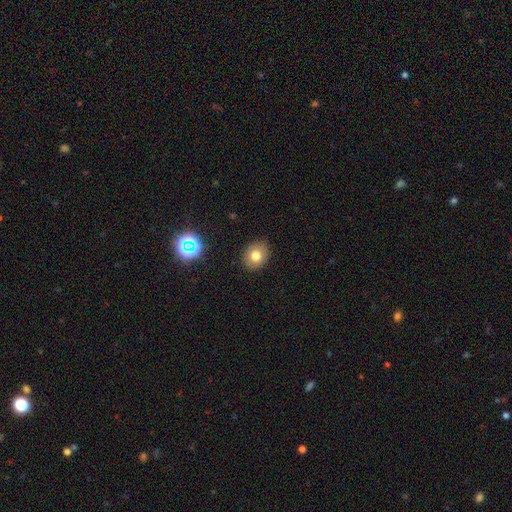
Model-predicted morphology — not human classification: Smooth or featured? smooth (76%)
How rounded? round (57%)
Merging? none (88%)